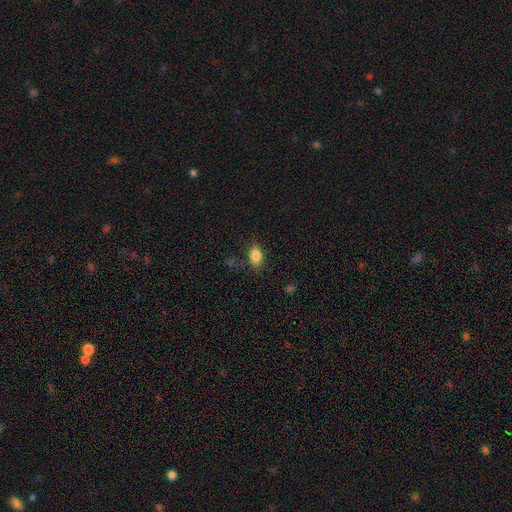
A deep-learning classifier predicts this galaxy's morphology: Smooth or featured?
  - smooth: 85% *
  - star or artifact: 9%
  - featured or disk: 6%
How rounded?
  - in between: 88% *
  - round: 9%
  - cigar-shaped: 3%
Merging?
  - none: 78% *
  - minor disturbance: 15%
  - major disturbance: 5%
  - merger: 2%